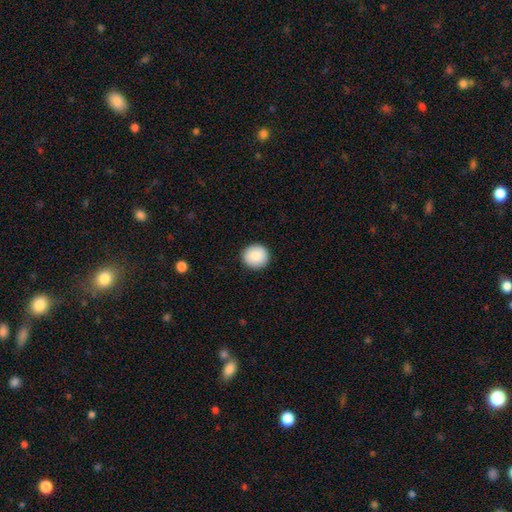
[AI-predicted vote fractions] smooth 86%, featured or disk 7%, star or artifact 7%. Down the decision tree: how rounded — round (91%); merging — none (92%).